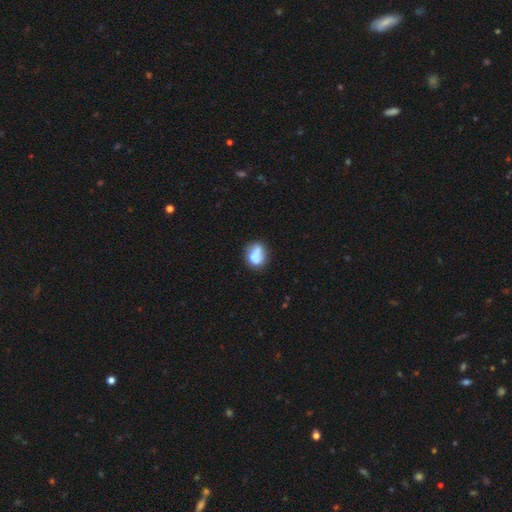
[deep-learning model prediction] This appears to be a smooth galaxy with no disk features (63%) that is in between round and cigar-shaped (55%). Merging: none (51%).